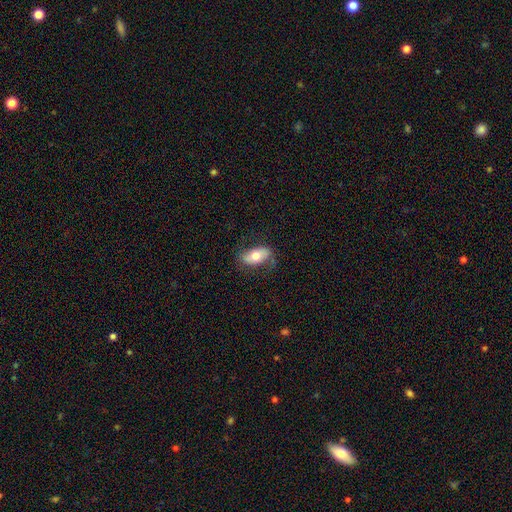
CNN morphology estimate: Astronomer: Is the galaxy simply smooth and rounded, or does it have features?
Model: smooth — 61%.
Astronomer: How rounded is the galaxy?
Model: in between — 89%.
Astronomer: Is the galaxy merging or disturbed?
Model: none — 71%.